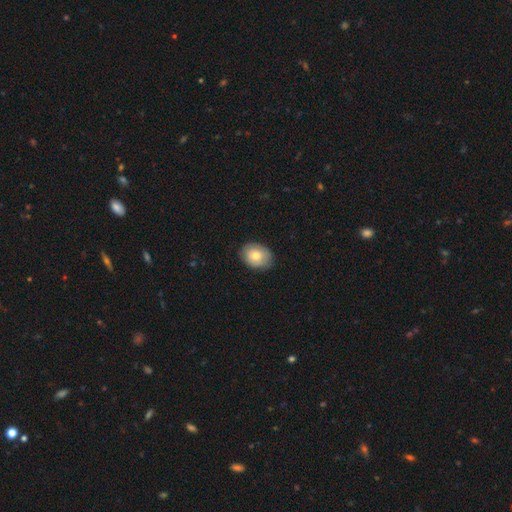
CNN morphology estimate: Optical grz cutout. It shows a smooth galaxy with no disk features (74%) that is in between round and cigar-shaped (64%). Merging: none (82%).